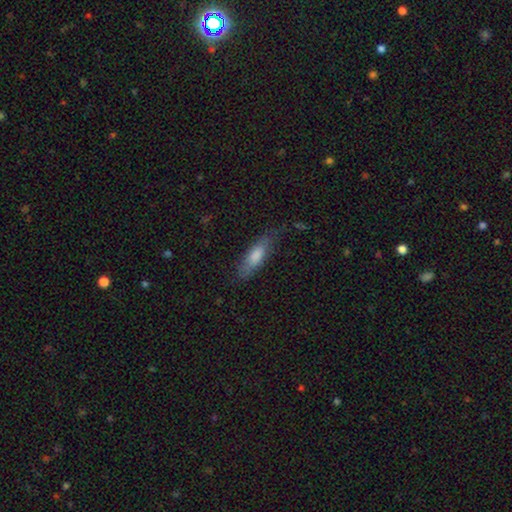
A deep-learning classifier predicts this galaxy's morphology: Smooth or featured? smooth (71%)
How rounded? cigar-shaped (55%)
Merging? none (72%)